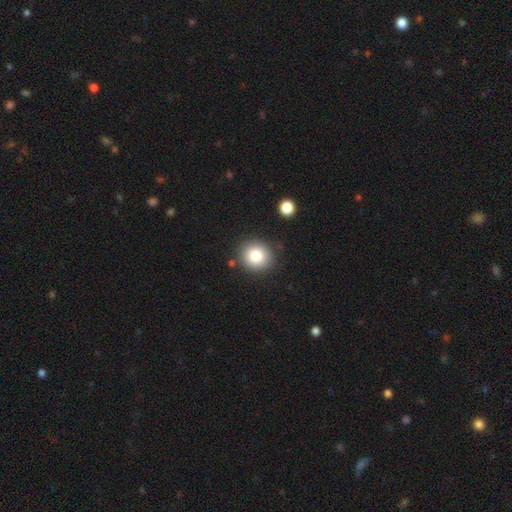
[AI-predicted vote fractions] Smooth or featured? smooth (83%)
How rounded? round (86%)
Merging? none (84%)